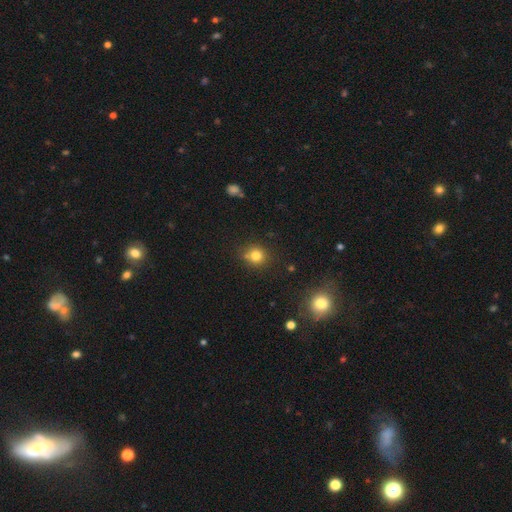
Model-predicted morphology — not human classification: smooth 80%, star or artifact 14%, featured or disk 7%. Down the decision tree: how rounded — round (87%); merging — none (74%).